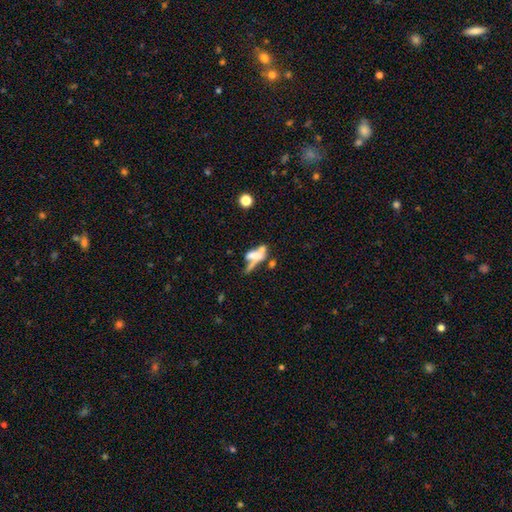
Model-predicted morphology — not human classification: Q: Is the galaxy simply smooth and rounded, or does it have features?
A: smooth — 45%.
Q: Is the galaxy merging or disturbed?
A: merger — 45%.